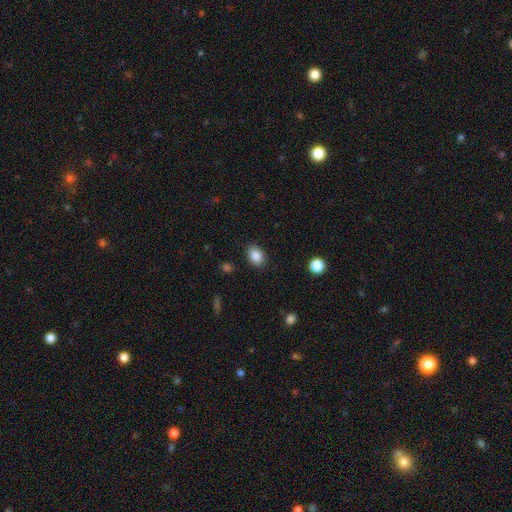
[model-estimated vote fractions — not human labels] smooth 87%, star or artifact 9%, featured or disk 4%. Down the decision tree: how rounded — in between (68%); merging — none (85%).